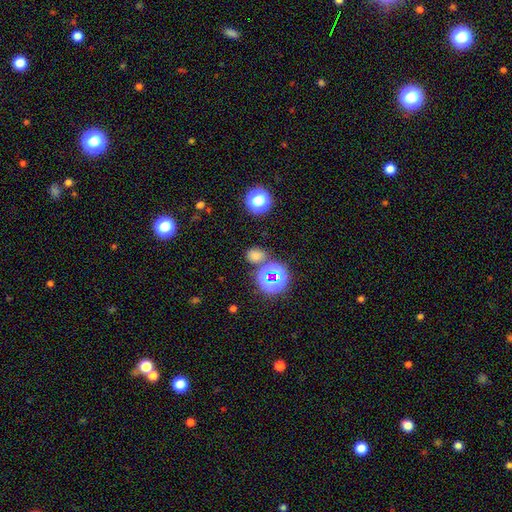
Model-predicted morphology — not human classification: type=smooth (64%); roundness=round (67%); merging=none (76%).